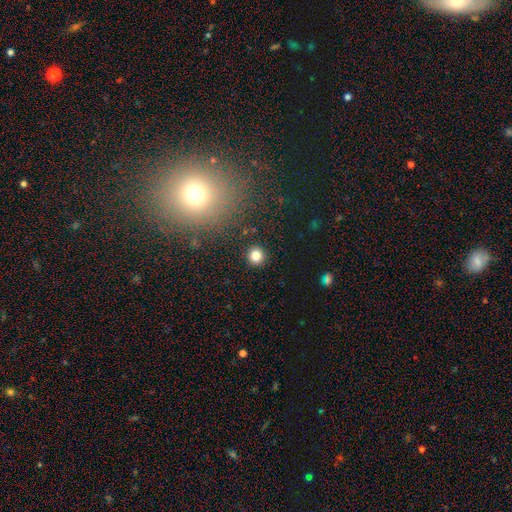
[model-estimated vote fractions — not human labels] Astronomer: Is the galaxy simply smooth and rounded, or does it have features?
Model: smooth — 81%.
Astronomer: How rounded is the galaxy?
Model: round — 94%.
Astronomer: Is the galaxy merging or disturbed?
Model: none — 92%.